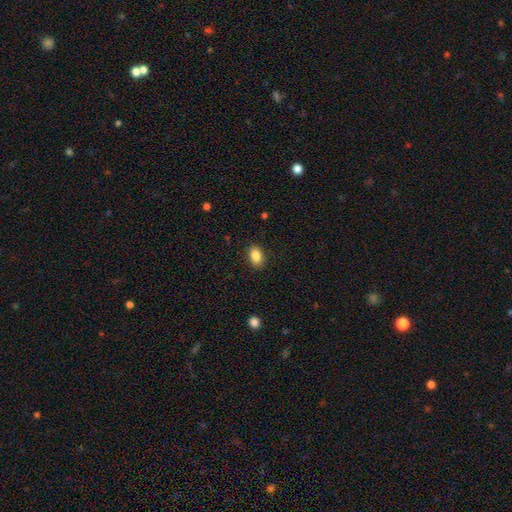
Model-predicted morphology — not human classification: Overall: smooth (86%). How rounded: in between (84%). Merging: none (88%).